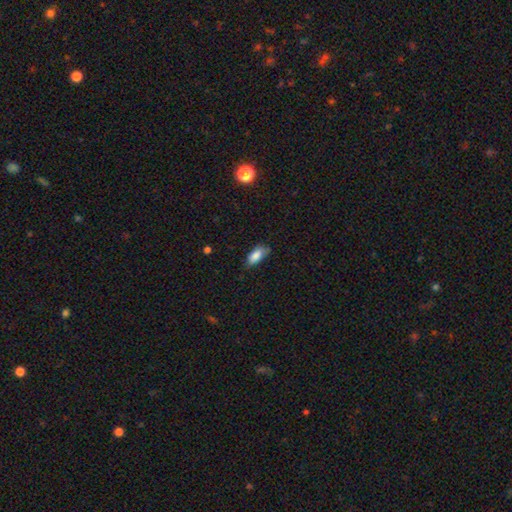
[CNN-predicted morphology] This is clearly a smooth galaxy (85%). How rounded: clearly in between (86%). Merging: likely none (67%).